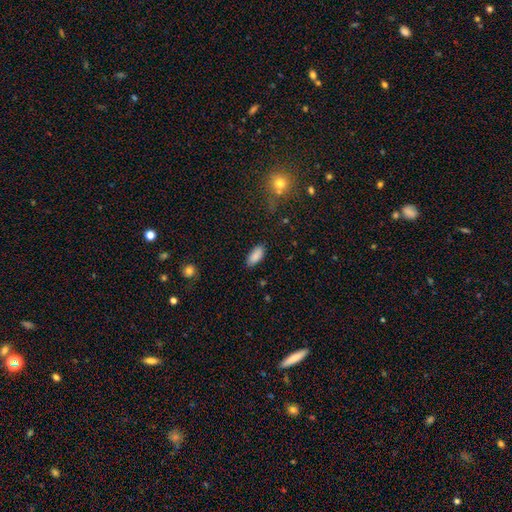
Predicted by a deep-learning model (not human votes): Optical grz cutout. It shows a smooth galaxy with no disk features (87%) that is in between round and cigar-shaped (88%). Merging: none (84%).